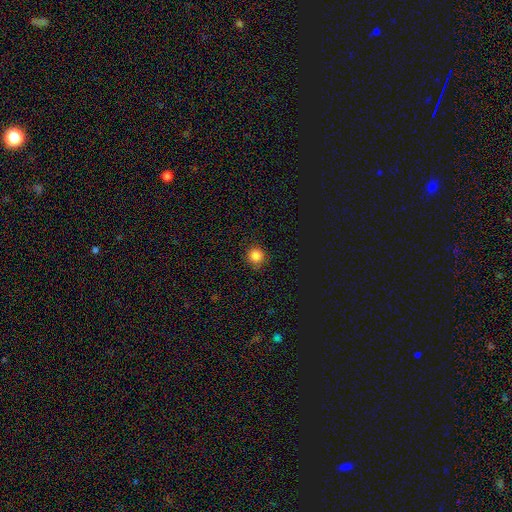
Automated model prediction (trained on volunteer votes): A smooth galaxy with no disk features (84%) that is round (94%). Merging: none (88%).